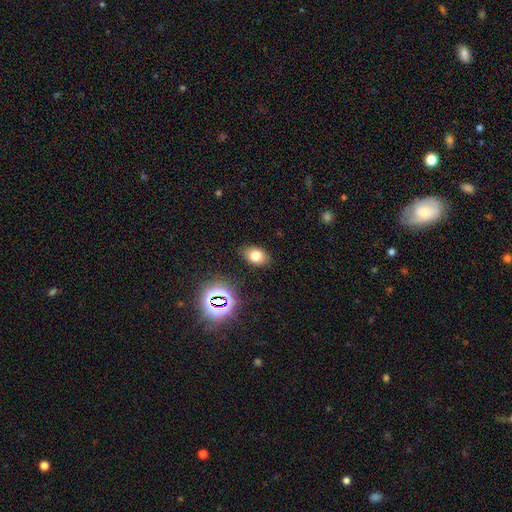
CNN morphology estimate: This is likely a smooth galaxy (73%). How rounded: clearly in between (82%). Merging: clearly none (85%).